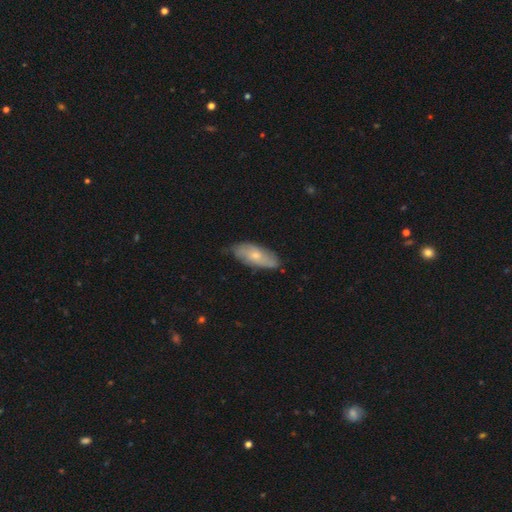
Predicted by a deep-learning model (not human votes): smooth-or-featured: smooth: 54% | featured or disk: 40% | star or artifact: 6%
  how-rounded: in between: 79% | cigar-shaped: 18% | round: 2%
  merging: none: 69% | minor disturbance: 25% | major disturbance: 4% | merger: 1%